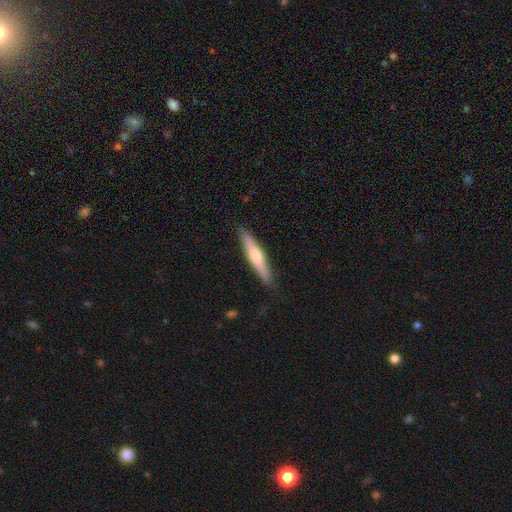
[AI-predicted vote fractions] Smooth or featured: smooth — 51% (featured or disk — 43%)
How rounded: cigar-shaped — 89% (in between — 10%)
Merging: none — 88% (minor disturbance — 9%)